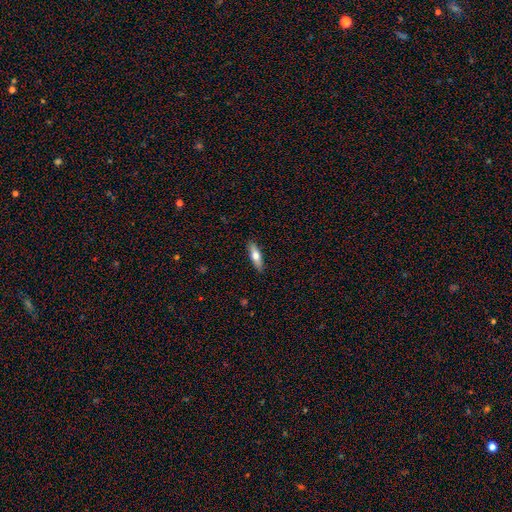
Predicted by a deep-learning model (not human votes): The model was most divided on "how rounded": cigar-shaped: 61%, in between: 37%, round: 2%. More confident: merging — none (88%); smooth or featured — smooth (64%).